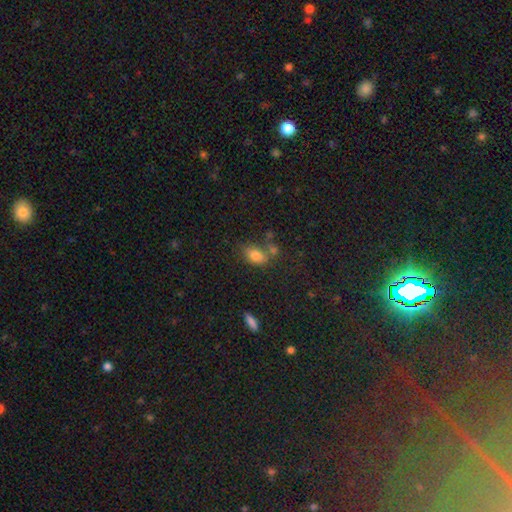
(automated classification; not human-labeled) Q: Smooth or featured?
A: smooth (78%); runner-up: star or artifact (11%)
Q: How rounded?
A: in between (82%); runner-up: round (15%)
Q: Merging?
A: none (56%); runner-up: merger (19%)